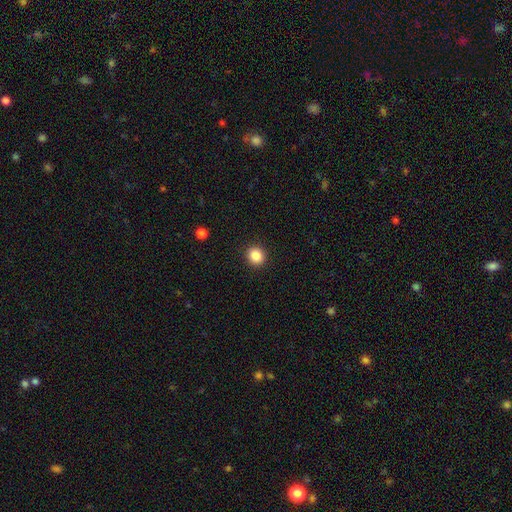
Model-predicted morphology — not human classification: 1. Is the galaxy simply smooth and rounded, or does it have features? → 86% smooth, 10% star or artifact, 4% featured or disk.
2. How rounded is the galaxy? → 86% round, 13% in between, 1% cigar-shaped.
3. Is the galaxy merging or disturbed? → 92% none, 5% minor disturbance, 2% major disturbance, 1% merger.